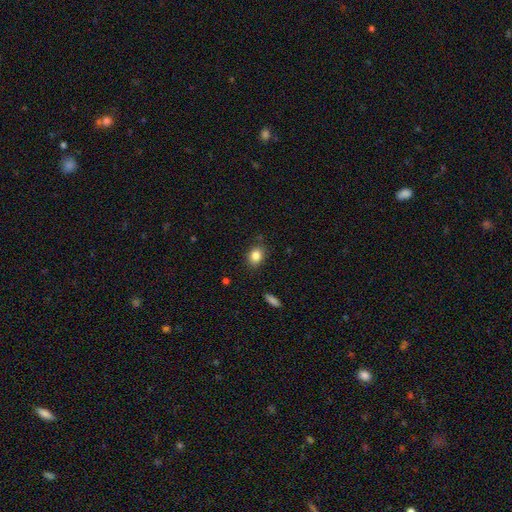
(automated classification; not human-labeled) This is clearly a smooth galaxy (84%). How rounded: possibly in between (58%). Merging: clearly none (83%).